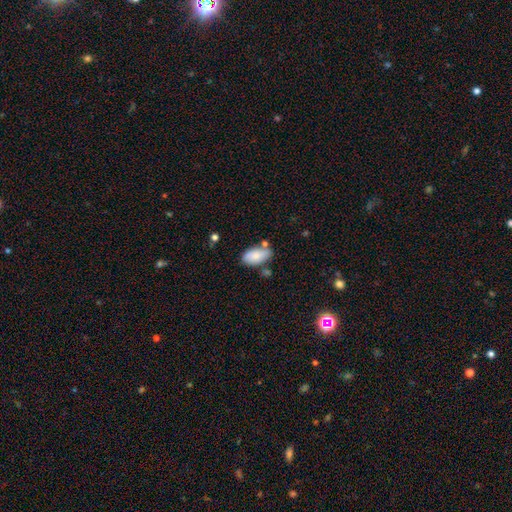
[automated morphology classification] A smooth galaxy with no disk features (80%) that is in between round and cigar-shaped (94%). Merging: none (65%).